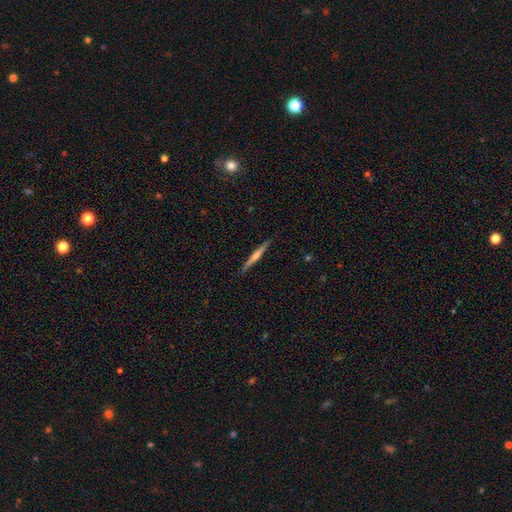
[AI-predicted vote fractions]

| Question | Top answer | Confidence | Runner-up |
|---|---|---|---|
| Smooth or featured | featured or disk | 64% | smooth (29%) |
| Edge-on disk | yes | 98% | no (2%) |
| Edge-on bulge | rounded | 68% | none (23%) |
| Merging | none | 91% | minor disturbance (7%) |